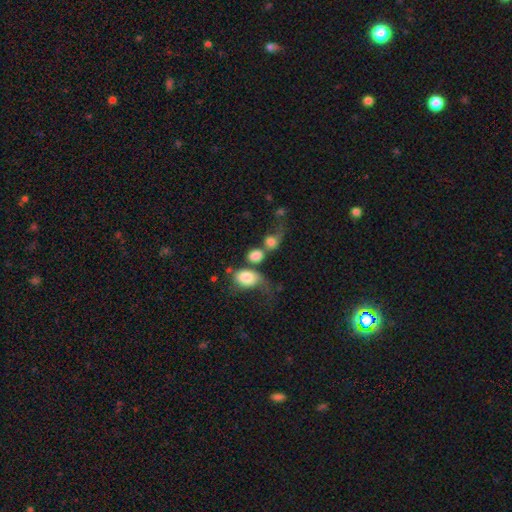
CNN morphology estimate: type=smooth (75%); roundness=in between (51%); merging=merger (54%).